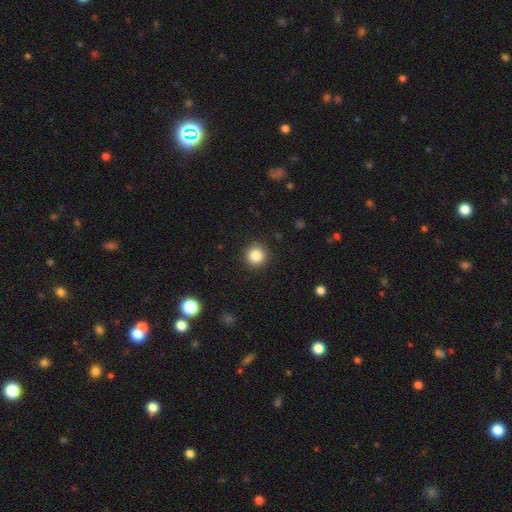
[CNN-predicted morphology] type=smooth (85%); roundness=round (94%); merging=none (91%).